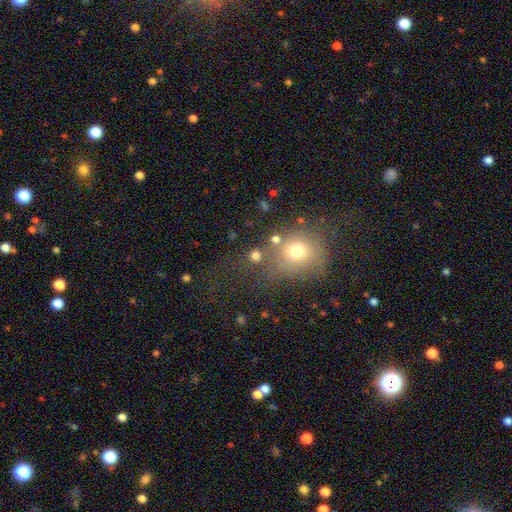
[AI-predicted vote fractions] smooth-or-featured: smooth: 74% | star or artifact: 19% | featured or disk: 8%
  how-rounded: round: 88% | in between: 11% | cigar-shaped: 1%
  merging: none: 70% | merger: 14% | minor disturbance: 9% | major disturbance: 6%